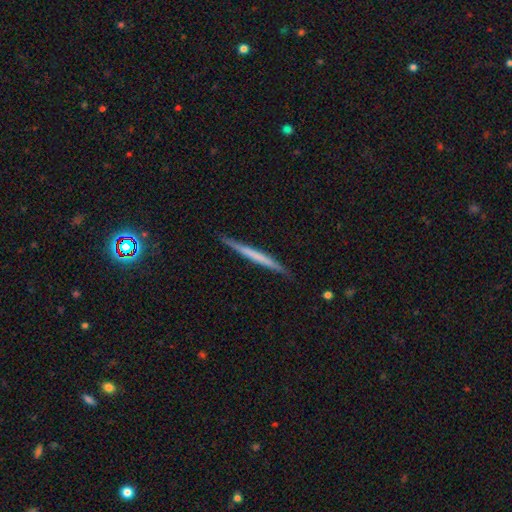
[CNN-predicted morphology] The model was most divided on "smooth or featured": smooth: 49%, featured or disk: 45%, star or artifact: 5%. More confident: merging — none (89%).